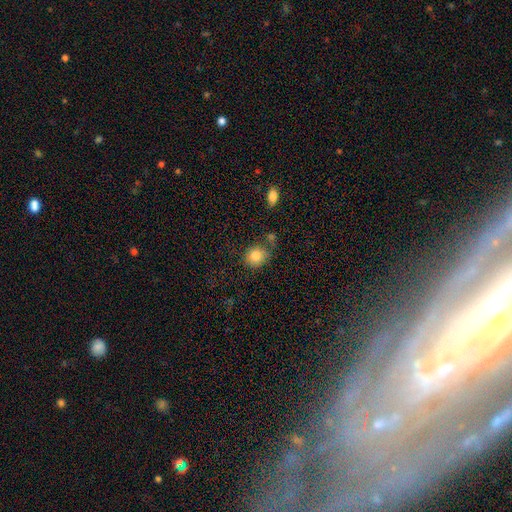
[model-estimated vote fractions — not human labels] Smooth or featured?
  - smooth: 84% *
  - star or artifact: 9%
  - featured or disk: 6%
How rounded?
  - round: 76% *
  - in between: 23%
  - cigar-shaped: 1%
Merging?
  - none: 68% *
  - minor disturbance: 18%
  - merger: 8%
  - major disturbance: 5%